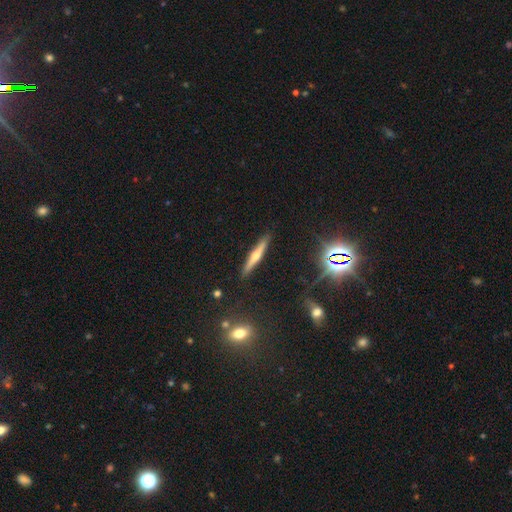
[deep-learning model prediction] This appears to be a featured or disk galaxy (60%) viewed edge-on (96%) with a rounded central bulge (86%). Merging: none (89%).